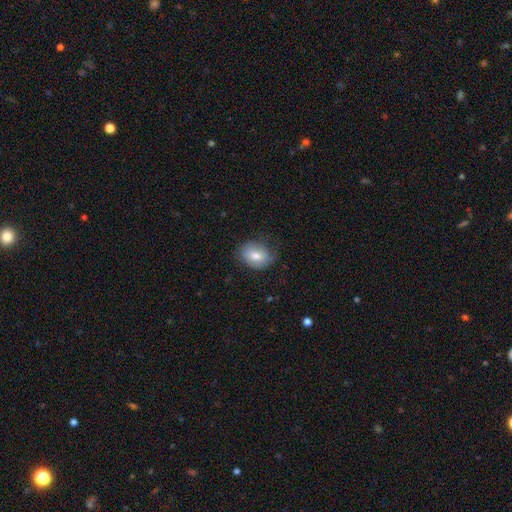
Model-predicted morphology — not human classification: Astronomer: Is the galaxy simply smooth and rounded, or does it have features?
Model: smooth — 74%.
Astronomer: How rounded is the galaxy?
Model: in between — 68%.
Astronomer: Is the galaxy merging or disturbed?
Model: none — 66%.